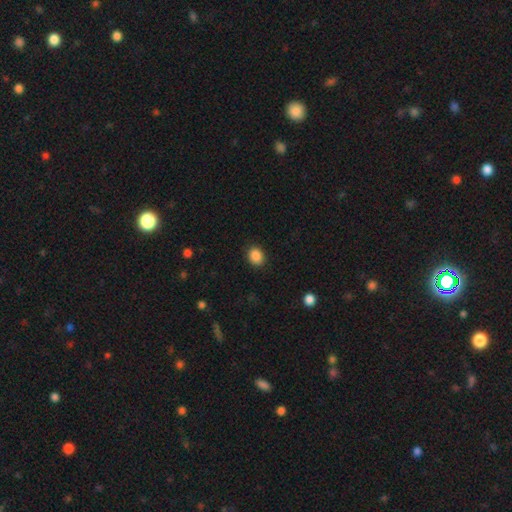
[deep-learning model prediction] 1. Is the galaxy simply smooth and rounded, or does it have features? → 88% smooth, 9% star or artifact, 3% featured or disk.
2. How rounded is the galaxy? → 58% round, 41% in between, 1% cigar-shaped.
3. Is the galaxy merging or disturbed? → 89% none, 8% minor disturbance, 2% major disturbance, 1% merger.